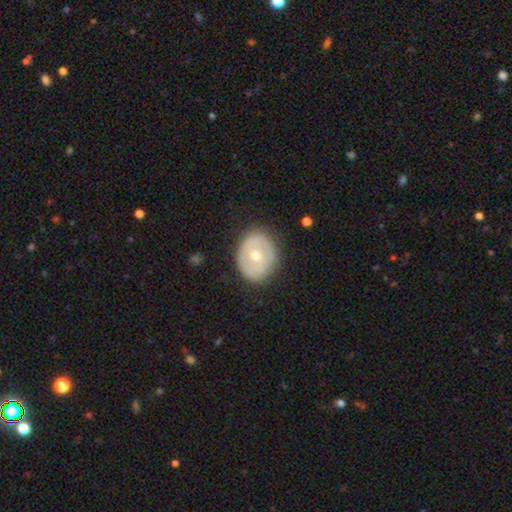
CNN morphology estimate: Smooth or featured?
  - featured or disk: 48% *
  - smooth: 46%
  - star or artifact: 6%
Merging?
  - none: 81% *
  - minor disturbance: 14%
  - major disturbance: 4%
  - merger: 1%